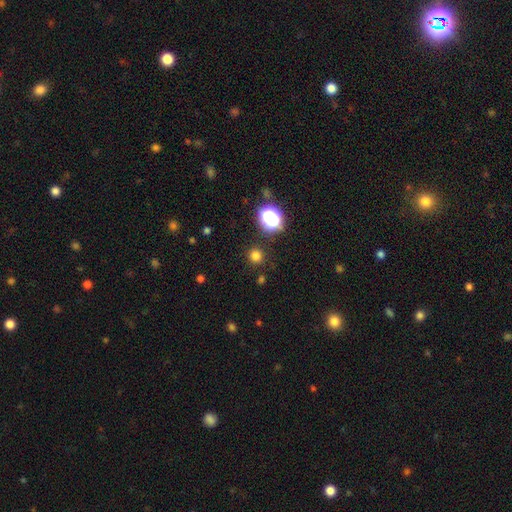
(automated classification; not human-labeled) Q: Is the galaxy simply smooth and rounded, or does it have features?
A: smooth — 74%.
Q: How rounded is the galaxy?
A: round — 94%.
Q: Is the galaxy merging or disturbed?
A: none — 90%.